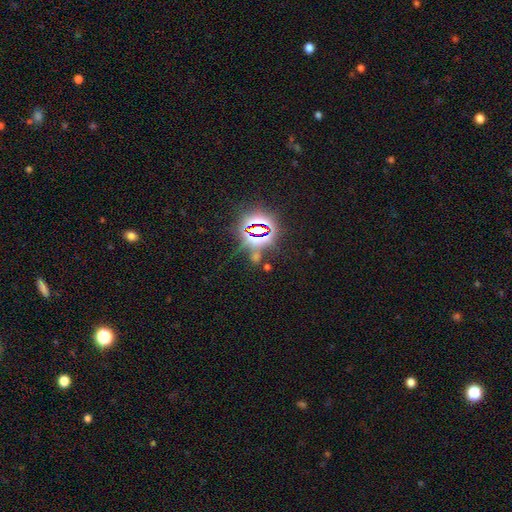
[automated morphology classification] smooth-or-featured: star or artifact: 82% | smooth: 11% | featured or disk: 7%